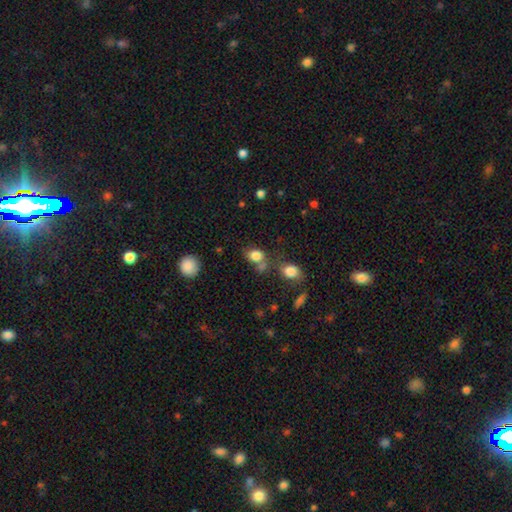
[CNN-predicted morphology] This appears to be a smooth galaxy with no disk features (81%) that is in between round and cigar-shaped (58%). Merging: none (48%).